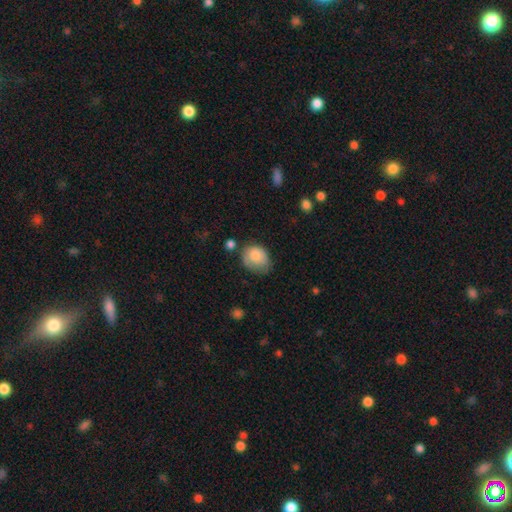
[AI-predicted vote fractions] The model was most divided on "how rounded": round: 50%, in between: 49%, cigar-shaped: 1%. Remaining: smooth or featured — smooth (80%); merging — none (47%).